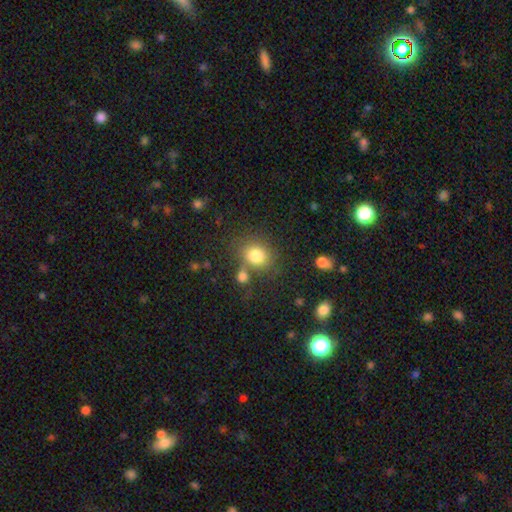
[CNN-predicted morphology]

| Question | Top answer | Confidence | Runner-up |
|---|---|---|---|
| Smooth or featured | smooth | 80% | star or artifact (11%) |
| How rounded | round | 64% | in between (35%) |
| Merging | none | 60% | merger (21%) |